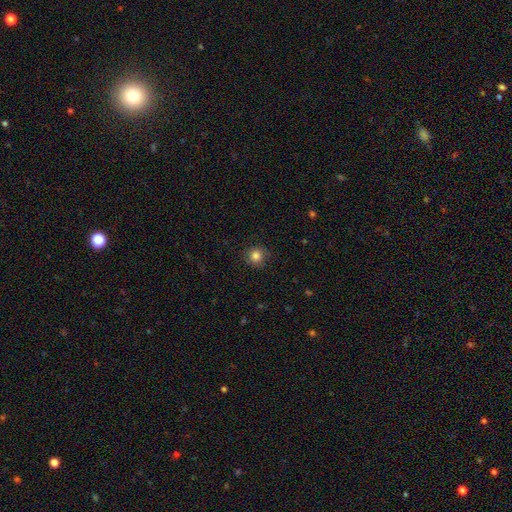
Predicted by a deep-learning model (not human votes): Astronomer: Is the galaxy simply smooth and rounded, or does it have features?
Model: smooth — 84%.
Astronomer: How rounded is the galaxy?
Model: round — 92%.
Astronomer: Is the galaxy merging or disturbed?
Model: none — 87%.